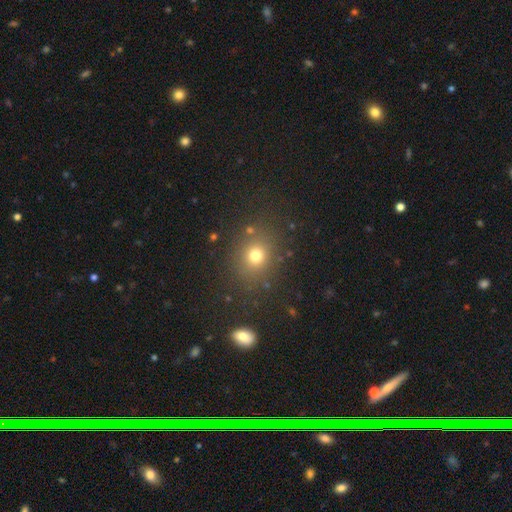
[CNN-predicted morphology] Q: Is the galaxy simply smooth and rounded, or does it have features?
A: smooth — 73%.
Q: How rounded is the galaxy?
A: round — 76%.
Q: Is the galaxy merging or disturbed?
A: none — 83%.